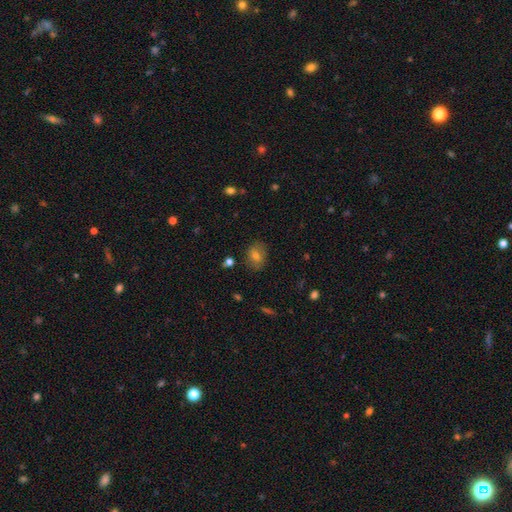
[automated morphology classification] A smooth galaxy with no disk features (71%) that is in between round and cigar-shaped (51%). Merging: none (84%).